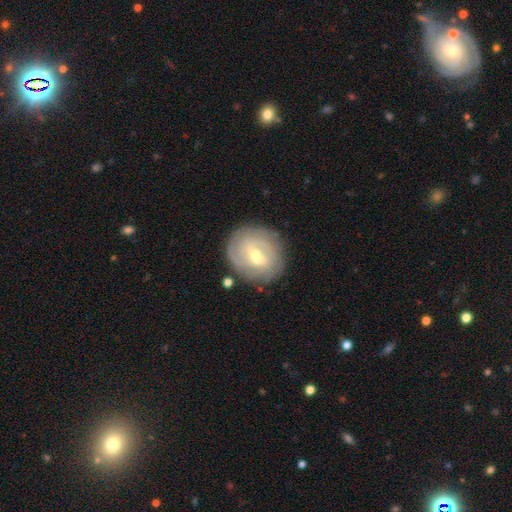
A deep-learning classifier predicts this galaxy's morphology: Smooth or featured? Predicted: featured or disk (p=0.66). Edge-on disk? Predicted: no (p=0.96). Bar? Predicted: weak (p=0.58). Spiral arms? Predicted: yes (p=0.74). Bulge size? Predicted: moderate (p=0.56). Merging? Predicted: none (p=0.74).